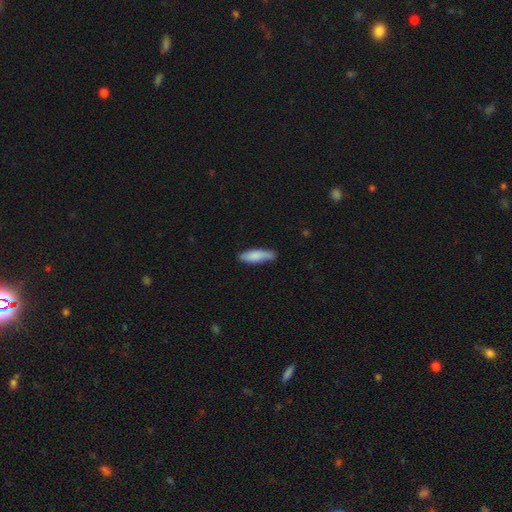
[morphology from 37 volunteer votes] smooth-or-featured: smooth: 92% | featured or disk: 8% | star or artifact: 0%
  how-rounded: cigar-shaped: 68% | in between: 32% | round: 0%
  merging: none: 86% | minor disturbance: 8% | major disturbance: 5% | merger: 0%